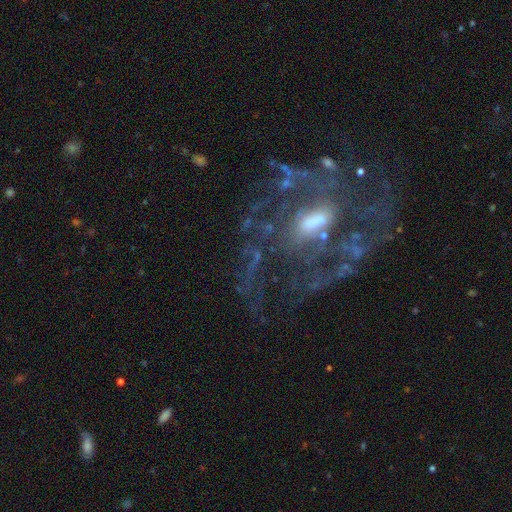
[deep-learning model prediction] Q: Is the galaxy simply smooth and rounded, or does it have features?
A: featured or disk — 81%.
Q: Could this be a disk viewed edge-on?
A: no — 96%.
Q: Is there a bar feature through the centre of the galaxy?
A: weak — 46%.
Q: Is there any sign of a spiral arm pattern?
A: yes — 79%.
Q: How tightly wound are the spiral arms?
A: medium — 41%.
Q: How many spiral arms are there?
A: can't tell — 43%.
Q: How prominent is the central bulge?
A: moderate — 52%.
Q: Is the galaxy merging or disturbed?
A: none — 59%.